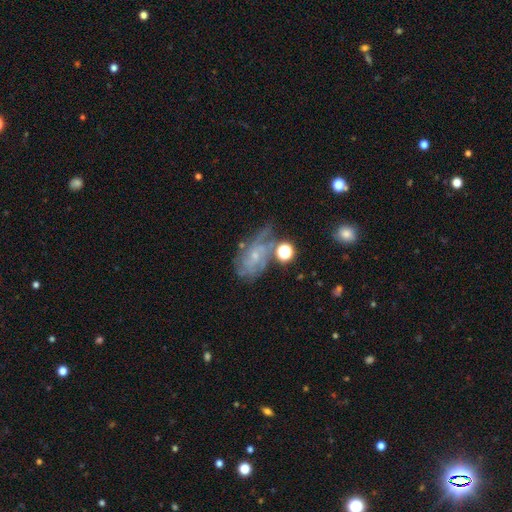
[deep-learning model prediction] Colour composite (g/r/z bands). It shows a featured or disk galaxy (69%) with no bar (68%), tight (49%) spiral arms (85%) and a small central bulge (73%). Merging: none (43%).